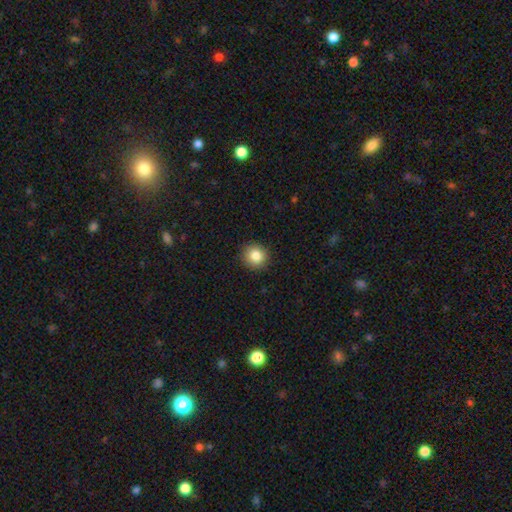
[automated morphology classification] Overall: smooth (85%). How rounded: round (91%). Merging: none (92%).